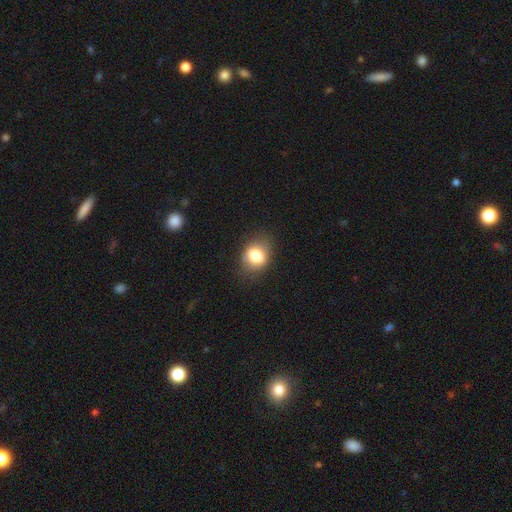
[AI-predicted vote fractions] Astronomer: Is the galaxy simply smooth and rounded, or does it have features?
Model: smooth — 79%.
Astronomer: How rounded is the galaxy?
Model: in between — 53% (runner-up: round, 46%).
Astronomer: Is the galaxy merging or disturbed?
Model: none — 80%.